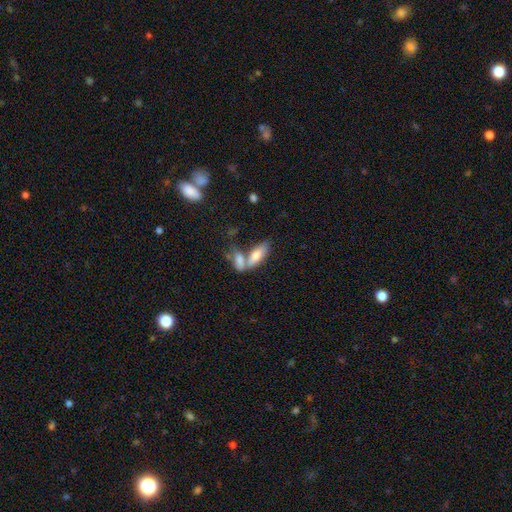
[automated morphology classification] Smooth or featured?
  - smooth: 72% *
  - featured or disk: 21%
  - star or artifact: 7%
How rounded?
  - in between: 68% *
  - cigar-shaped: 29%
  - round: 3%
Merging?
  - merger: 52% *
  - none: 33%
  - minor disturbance: 10%
  - major disturbance: 5%